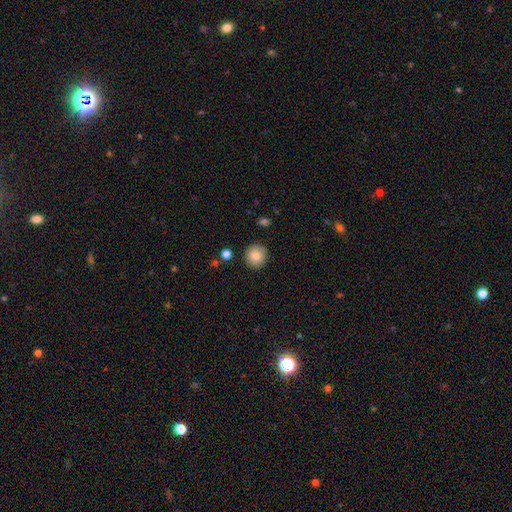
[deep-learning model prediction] Smooth or featured? smooth (87%)
How rounded? round (94%)
Merging? none (91%)